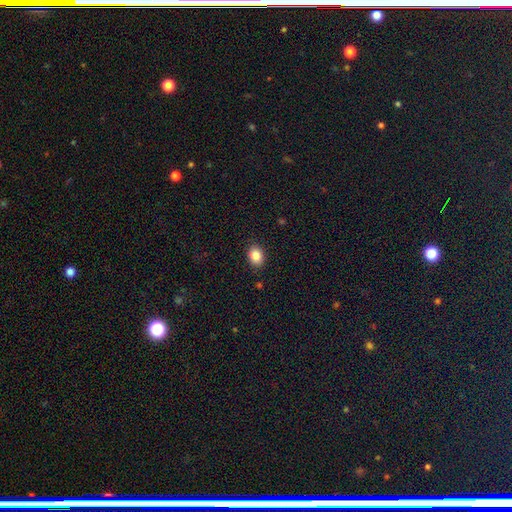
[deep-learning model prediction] Smooth or featured? smooth (87%)
How rounded? in between (67%)
Merging? none (88%)